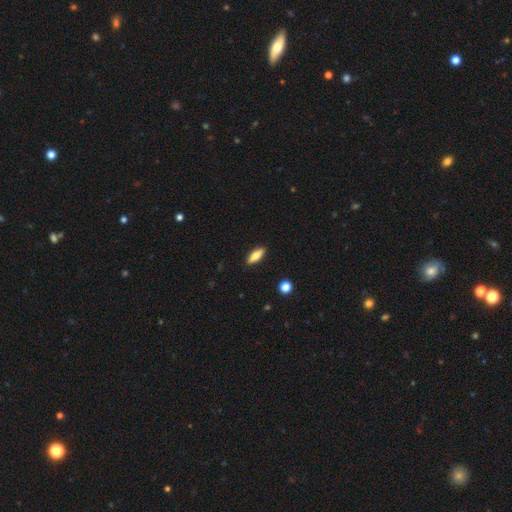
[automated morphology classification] Smooth or featured? smooth (72%)
How rounded? in between (60%)
Merging? none (90%)